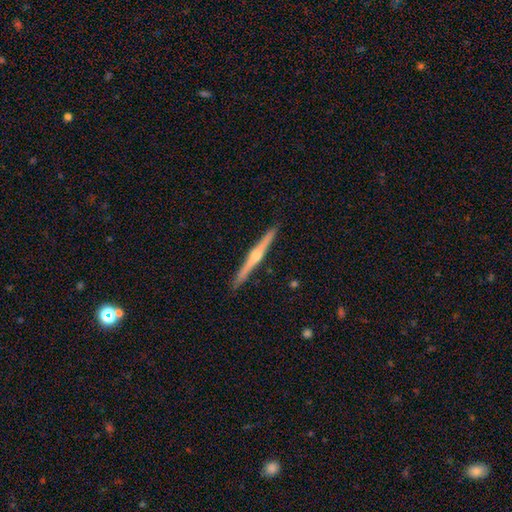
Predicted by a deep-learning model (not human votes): This is likely a featured or disk galaxy (76%). It is clearly viewed edge-on (98%). Edge-on bulge: clearly rounded (89%). Merging: clearly none (91%).